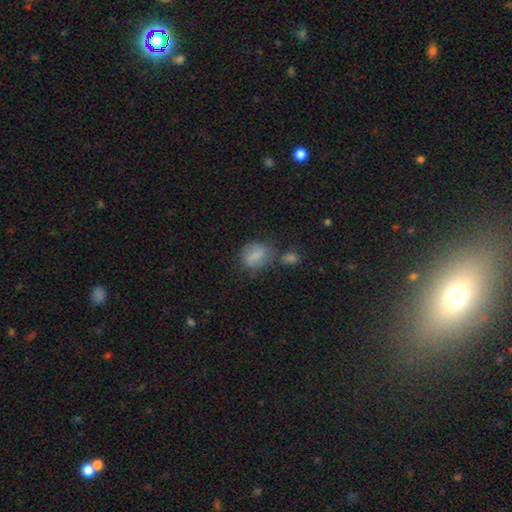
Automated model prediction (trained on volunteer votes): A smooth galaxy with no disk features (73%) that is in between round and cigar-shaped (56%). Merging: none (53%).